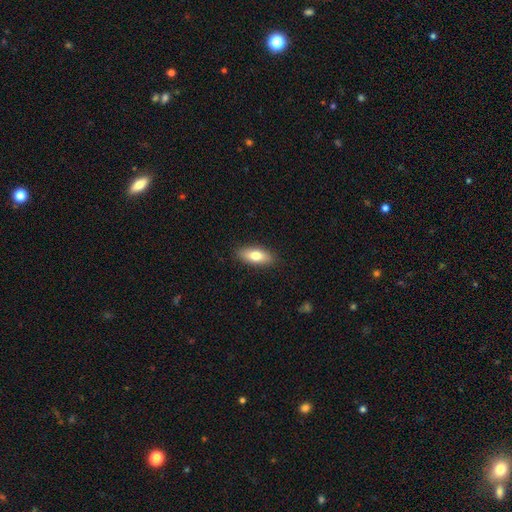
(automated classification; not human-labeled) The model was most divided on "how rounded": in between: 77%, cigar-shaped: 20%, round: 3%. More confident: merging — none (88%); smooth or featured — smooth (76%).